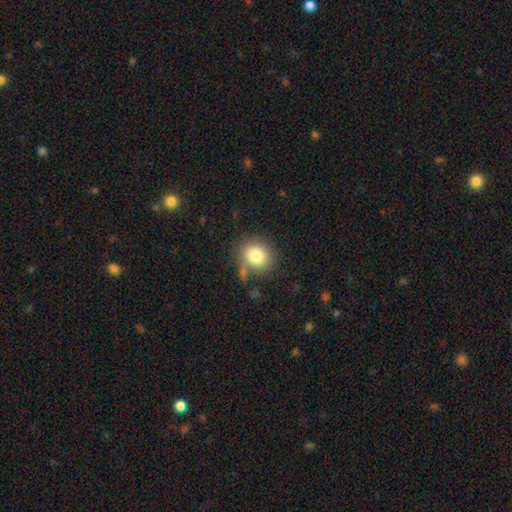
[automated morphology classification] This is clearly a smooth galaxy (81%). How rounded: clearly round (80%). Merging: likely none (69%).